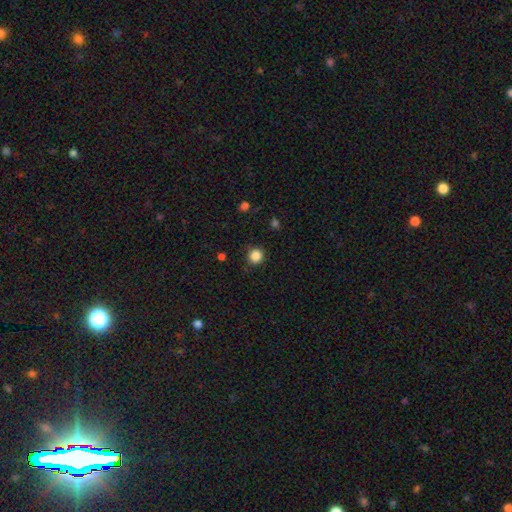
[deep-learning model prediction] The model was most divided on "smooth or featured": smooth: 85%, star or artifact: 11%, featured or disk: 3%. More confident: how rounded — round (92%); merging — none (89%).